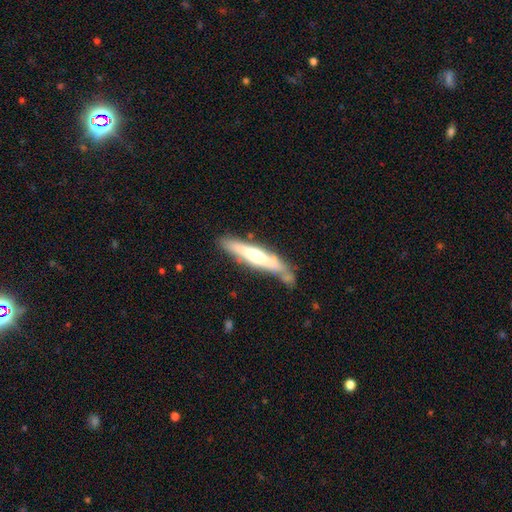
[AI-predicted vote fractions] Overall: featured or disk (48%; smooth 47%). Merging: none (65%).